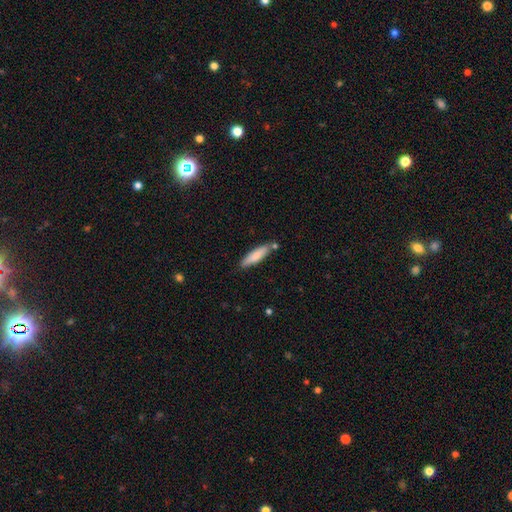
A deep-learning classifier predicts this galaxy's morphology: A smooth galaxy with no disk features (80%) that is cigar-shaped (76%).

Vote fractions:
- Smooth or featured? smooth: 80% / featured or disk: 15% / star or artifact: 6%
- How rounded? cigar-shaped: 76% / in between: 23% / round: 1%
- Merging? none: 75% / minor disturbance: 15% / merger: 8% / major disturbance: 3%